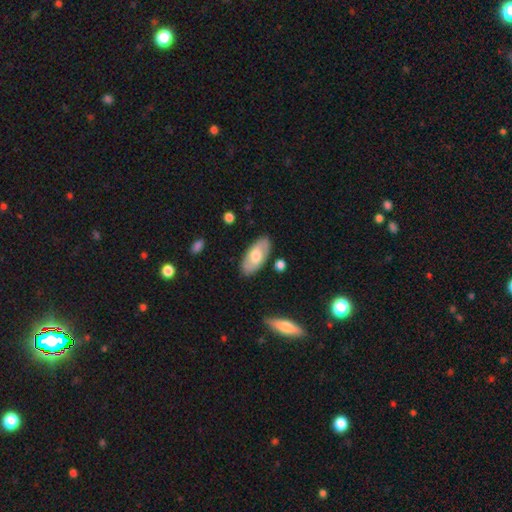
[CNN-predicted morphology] Overall: smooth (57%; featured or disk 38%). How rounded: in between (92%). Merging: none (84%).